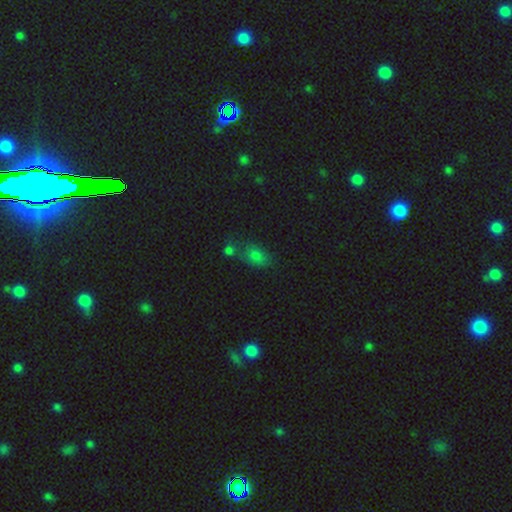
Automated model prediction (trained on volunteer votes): Overall: smooth (71%). How rounded: in between (80%). Merging: none (47%; merger 27%).